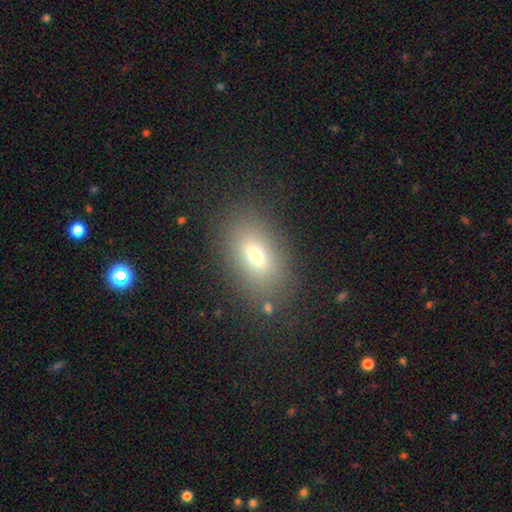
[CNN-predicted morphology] Smooth or featured? smooth (68%)
How rounded? in between (84%)
Merging? none (82%)